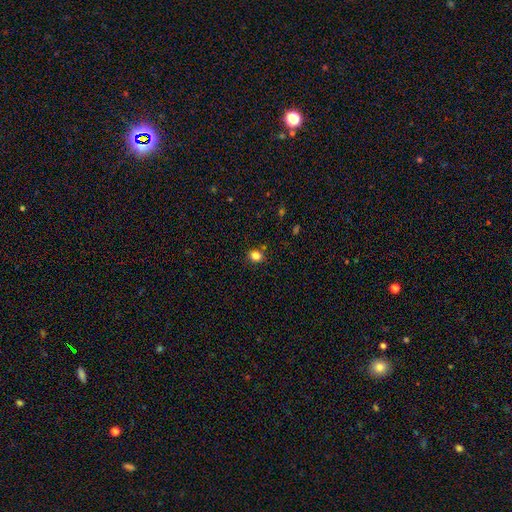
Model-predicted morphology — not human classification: This appears to be a smooth galaxy with no disk features (83%) that is round (64%). Merging: none (81%).